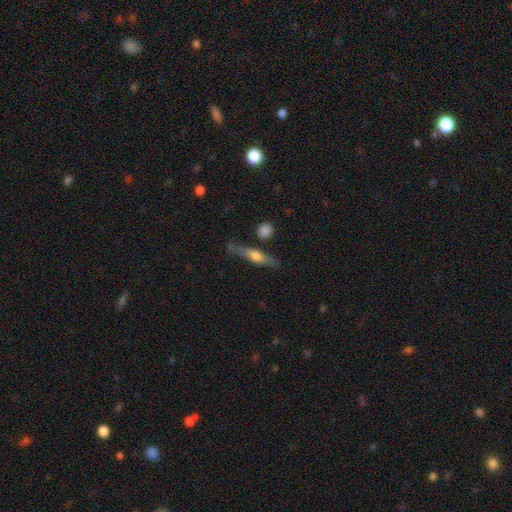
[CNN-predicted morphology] Q: Smooth or featured?
A: featured or disk (50%); runner-up: smooth (44%)
Q: Merging?
A: none (74%); runner-up: minor disturbance (16%)